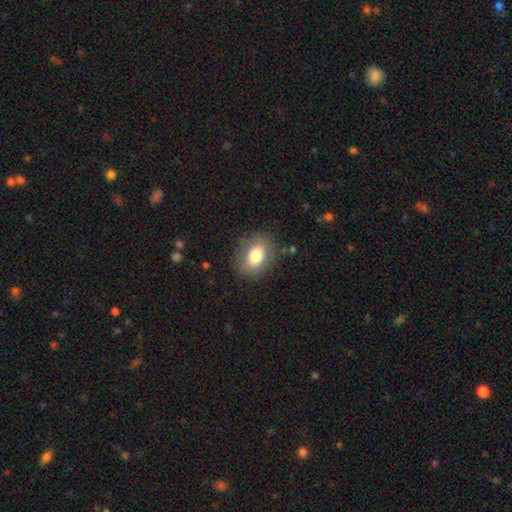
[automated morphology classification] This is likely a smooth galaxy (77%). How rounded: likely in between (71%). Merging: clearly none (81%).